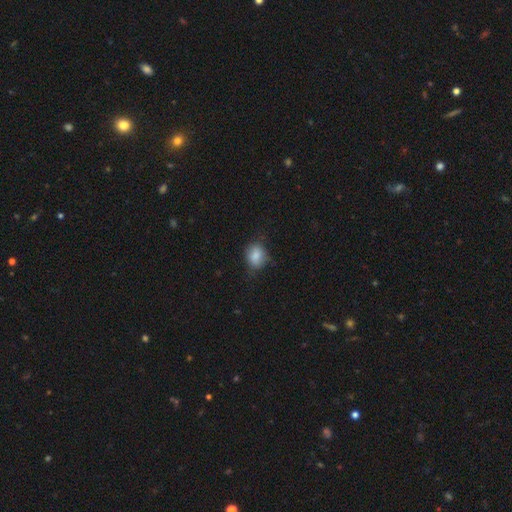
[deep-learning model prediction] Morphology: type=smooth (83%); roundness=in between (50%); merging=none (63%).